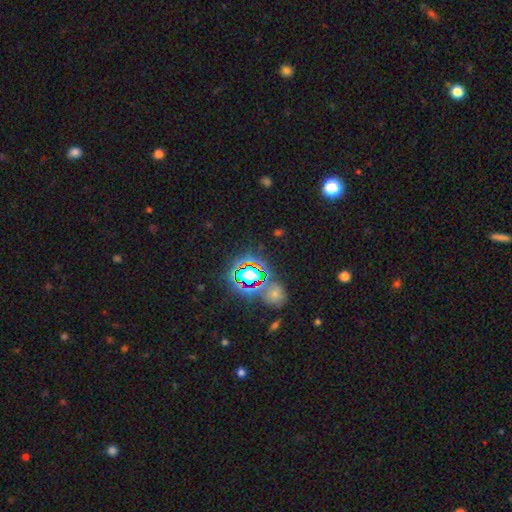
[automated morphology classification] A star or artifact, not a galaxy (76%).

Vote fractions:
- Smooth or featured? star or artifact: 76% / smooth: 15% / featured or disk: 9%